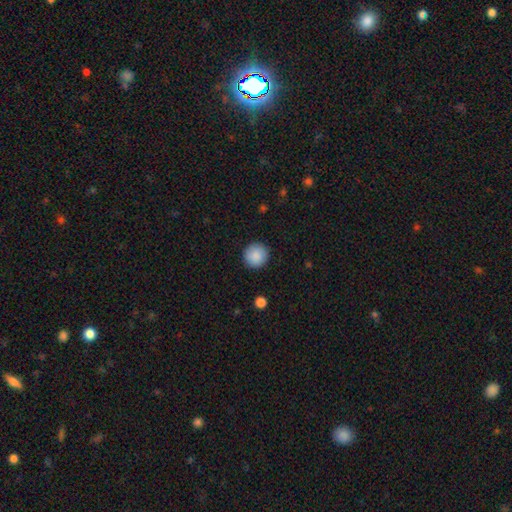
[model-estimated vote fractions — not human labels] Smooth or featured?
  - smooth: 88% *
  - star or artifact: 7%
  - featured or disk: 4%
How rounded?
  - round: 95% *
  - in between: 4%
  - cigar-shaped: 1%
Merging?
  - none: 91% *
  - minor disturbance: 6%
  - major disturbance: 2%
  - merger: 1%